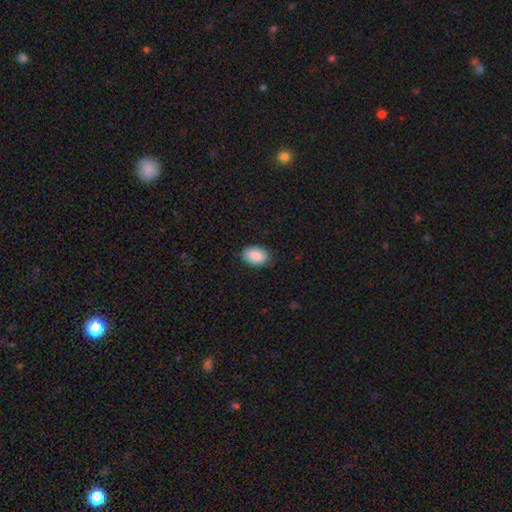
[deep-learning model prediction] This is clearly a smooth galaxy (86%). How rounded: clearly in between (82%). Merging: clearly none (85%).